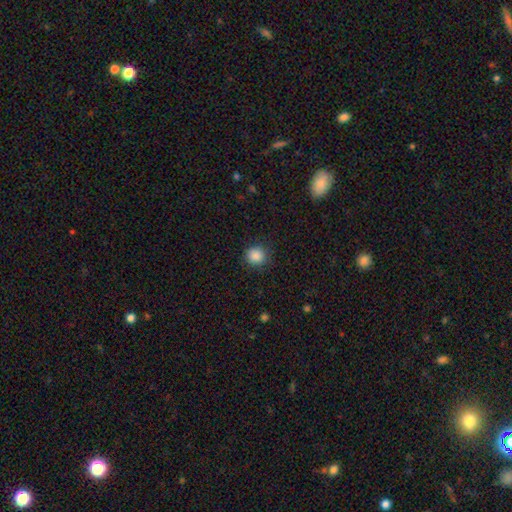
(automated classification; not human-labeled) smooth-or-featured: smooth: 87% | star or artifact: 10% | featured or disk: 3%
  how-rounded: round: 90% | in between: 9% | cigar-shaped: 1%
  merging: none: 88% | minor disturbance: 9% | major disturbance: 3% | merger: 1%